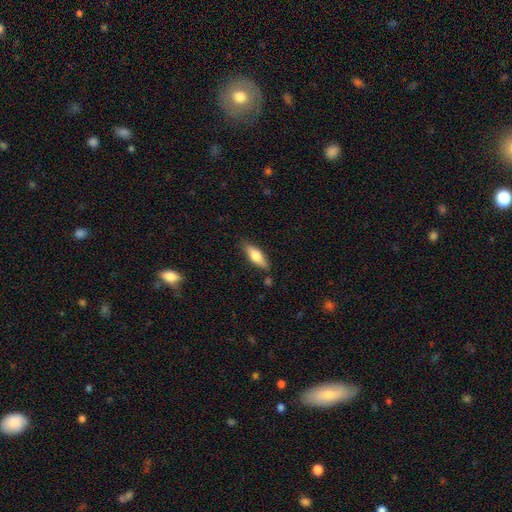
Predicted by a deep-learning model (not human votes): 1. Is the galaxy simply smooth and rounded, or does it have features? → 66% smooth, 28% featured or disk, 6% star or artifact.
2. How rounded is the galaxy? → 59% in between, 38% cigar-shaped, 2% round.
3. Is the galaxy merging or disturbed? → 81% none, 13% minor disturbance, 3% merger, 3% major disturbance.